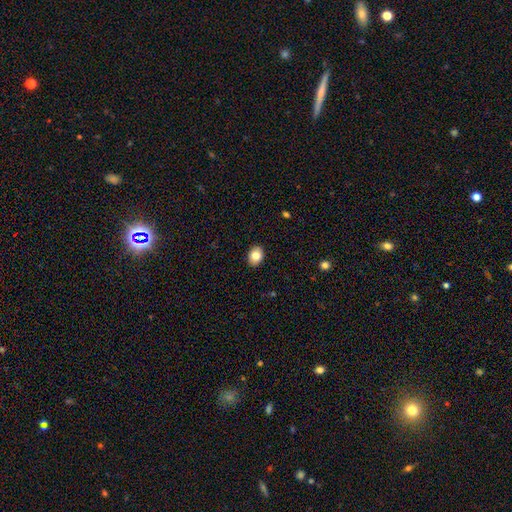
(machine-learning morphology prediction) A smooth galaxy with no disk features (82%) that is in between round and cigar-shaped (65%).

Vote fractions:
- Smooth or featured? smooth: 82% / featured or disk: 10% / star or artifact: 8%
- How rounded? in between: 65% / round: 34% / cigar-shaped: 1%
- Merging? none: 90% / minor disturbance: 8% / major disturbance: 2% / merger: 1%